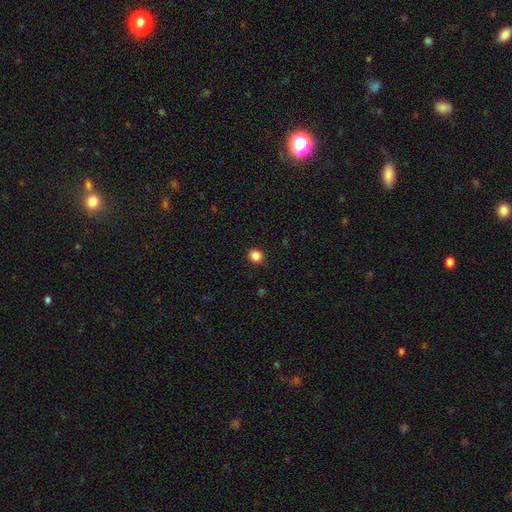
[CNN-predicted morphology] Smooth or featured? Predicted: smooth (p=0.86). How rounded? Predicted: round (p=0.80). Merging? Predicted: none (p=0.91).